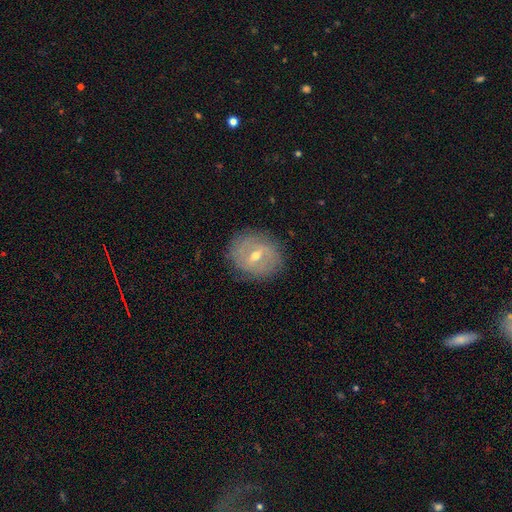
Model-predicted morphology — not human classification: Smooth or featured: featured or disk — 68% (smooth — 23%)
Edge-on disk: no — 95% (yes — 5%)
Bar: weak — 53% (strong — 27%)
Spiral arms: yes — 67% (no — 33%)
Bulge size: moderate — 59% (small — 37%)
Merging: none — 83% (minor disturbance — 12%)